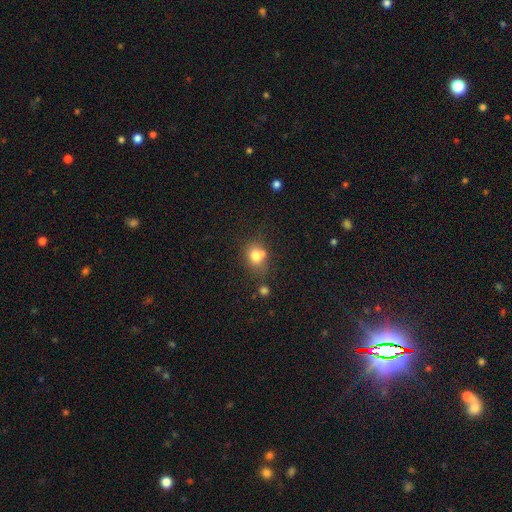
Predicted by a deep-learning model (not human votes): smooth 75%, featured or disk 13%, star or artifact 12%. Down the decision tree: how rounded — round (62%); merging — none (49%).